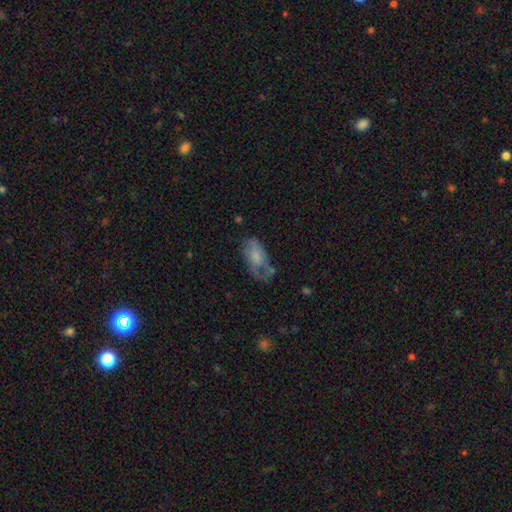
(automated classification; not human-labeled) Morphology: type=smooth (59%); roundness=in between (92%); merging=none (36%).